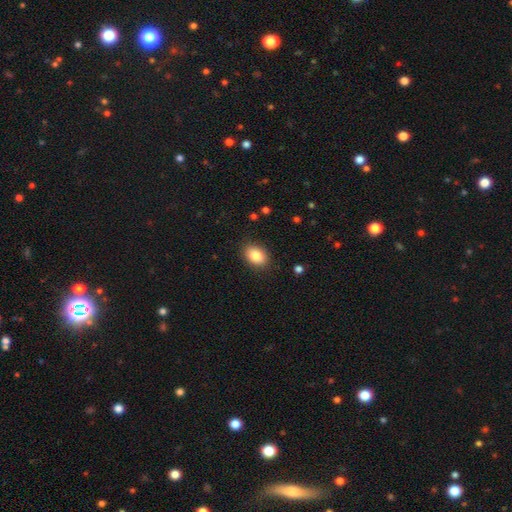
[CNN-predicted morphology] A smooth galaxy with no disk features (86%) that is in between round and cigar-shaped (79%). Merging: none (88%).